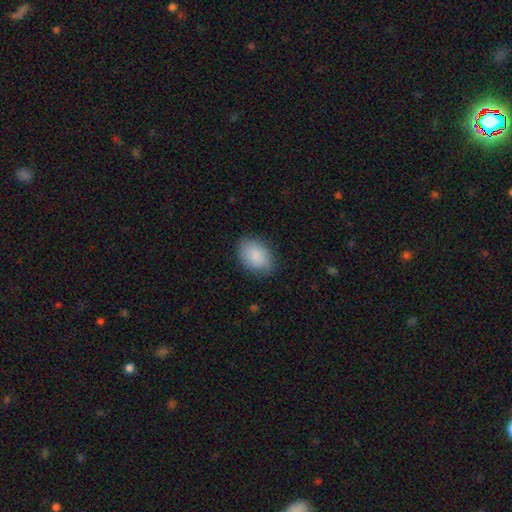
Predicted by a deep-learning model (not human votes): A smooth galaxy with no disk features (88%) that is in between round and cigar-shaped (79%). Merging: none (83%).